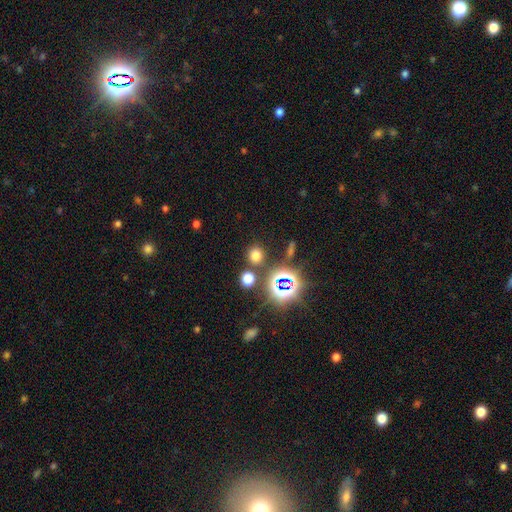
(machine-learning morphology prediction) smooth 66%, star or artifact 28%, featured or disk 6%. Down the decision tree: how rounded — round (82%); merging — none (81%).